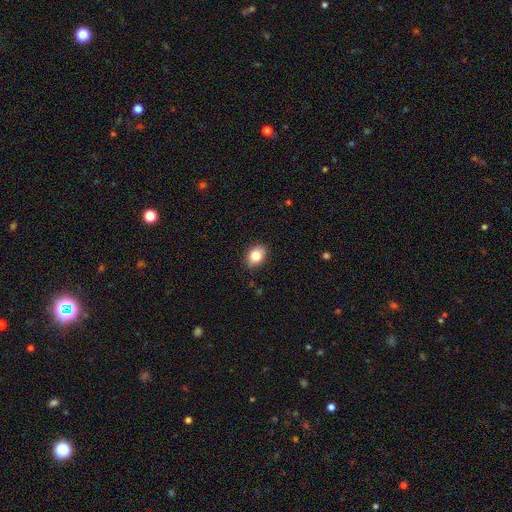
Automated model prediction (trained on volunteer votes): Smooth or featured? smooth (84%)
How rounded? in between (77%)
Merging? none (87%)